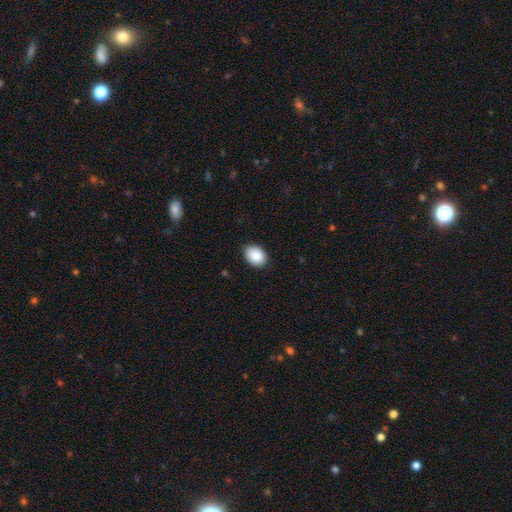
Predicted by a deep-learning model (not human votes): A smooth galaxy with no disk features (88%) that is in between round and cigar-shaped (69%). Merging: none (86%).